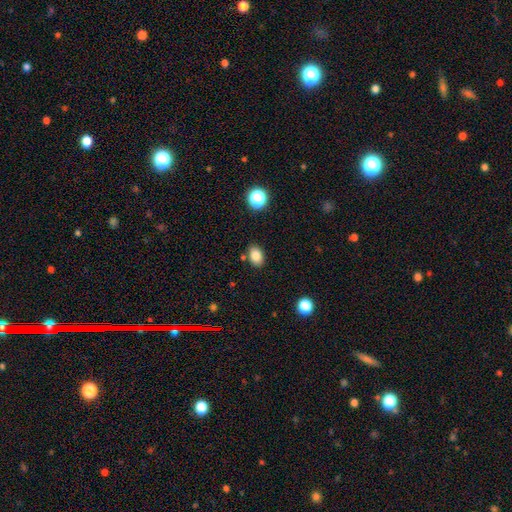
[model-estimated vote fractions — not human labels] Overall: smooth (83%). How rounded: in between (78%). Merging: none (83%).